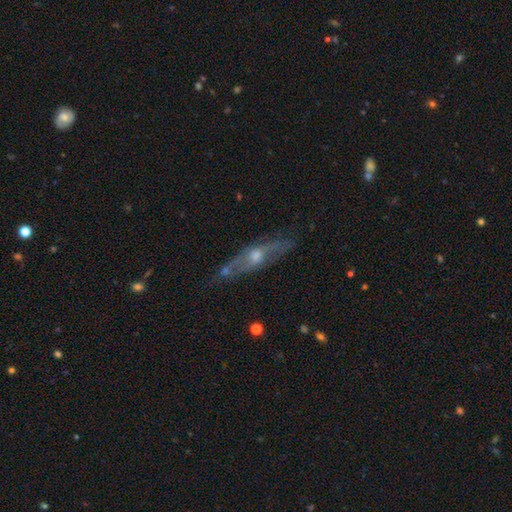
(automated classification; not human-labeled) Q: Smooth or featured?
A: featured or disk (66%); runner-up: smooth (22%)
Q: Edge-on disk?
A: yes (68%); runner-up: no (32%)
Q: Merging?
A: none (76%); runner-up: minor disturbance (16%)